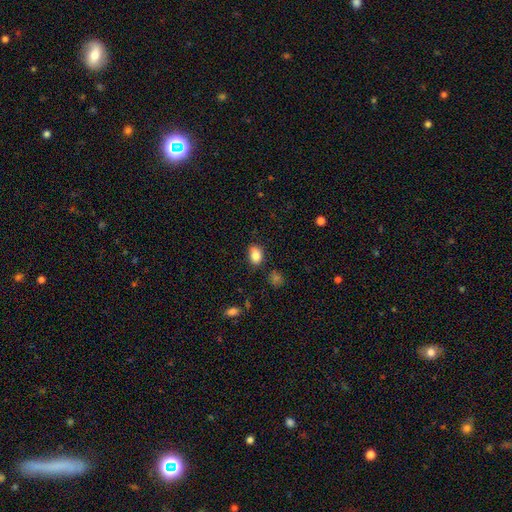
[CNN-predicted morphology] Smooth or featured? Predicted: smooth (p=0.85). How rounded? Predicted: in between (p=0.80). Merging? Predicted: none (p=0.78).